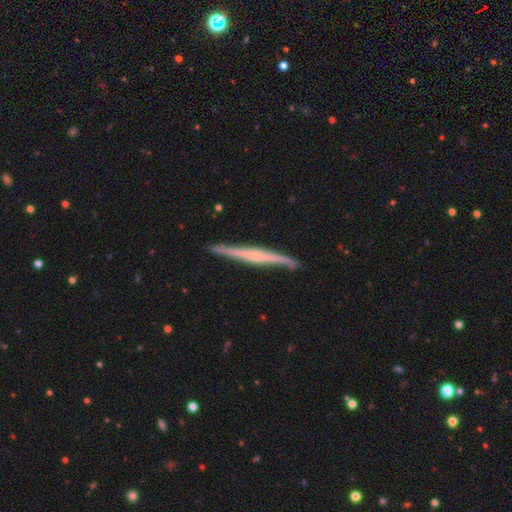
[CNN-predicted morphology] Q: Smooth or featured?
A: featured or disk (74%); runner-up: smooth (21%)
Q: Edge-on disk?
A: yes (96%); runner-up: no (4%)
Q: Edge-on bulge?
A: rounded (38%); tied with: none (38%)
Q: Merging?
A: none (85%); runner-up: minor disturbance (12%)